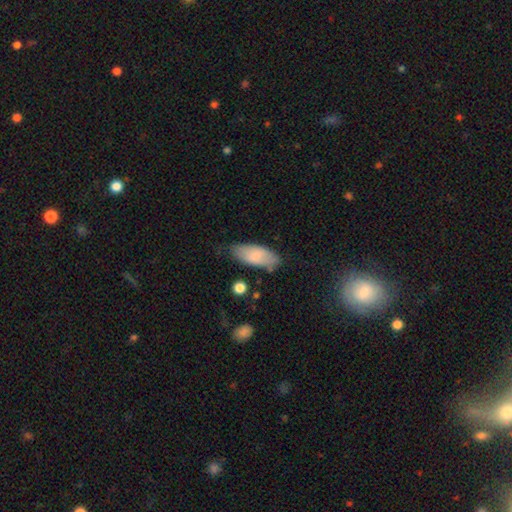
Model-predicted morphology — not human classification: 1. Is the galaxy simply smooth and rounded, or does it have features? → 79% smooth, 14% featured or disk, 6% star or artifact.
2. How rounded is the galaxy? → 83% in between, 15% cigar-shaped, 2% round.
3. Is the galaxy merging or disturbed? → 64% none, 27% minor disturbance, 6% major disturbance, 2% merger.